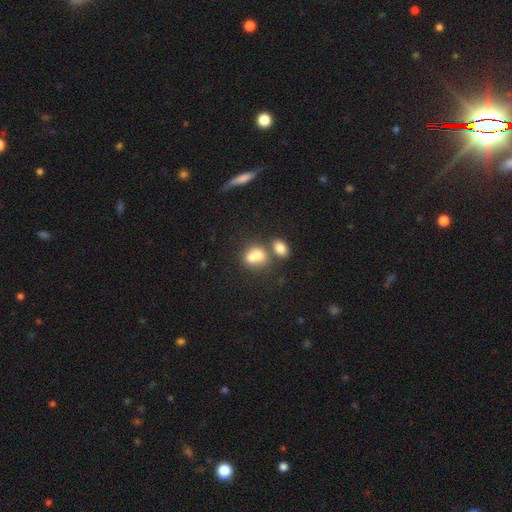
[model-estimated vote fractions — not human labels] Overall: smooth (72%). How rounded: in between (54%; round 44%). Merging: merger (60%; none 27%).